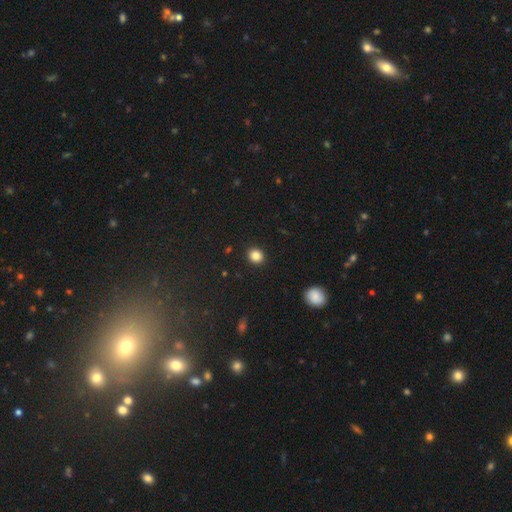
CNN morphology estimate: A smooth galaxy with no disk features (85%) that is round (77%). Merging: none (92%).